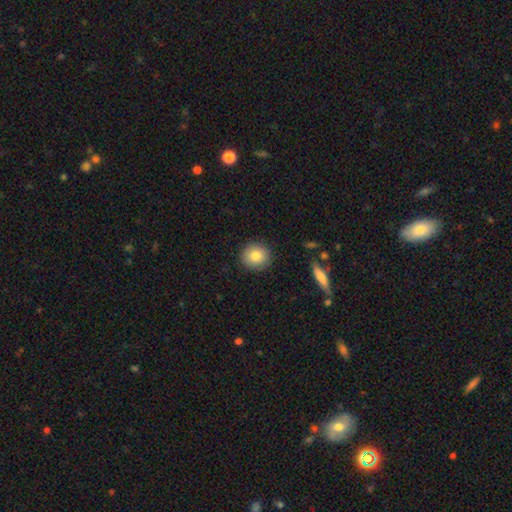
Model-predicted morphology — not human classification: type=smooth (82%); roundness=round (88%); merging=none (90%).